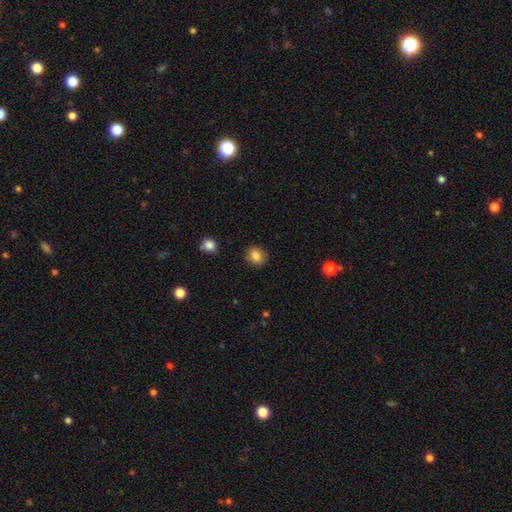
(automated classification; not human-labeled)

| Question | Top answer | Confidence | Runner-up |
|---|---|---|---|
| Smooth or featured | smooth | 85% | star or artifact (9%) |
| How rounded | round | 64% | in between (34%) |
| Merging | none | 86% | minor disturbance (10%) |